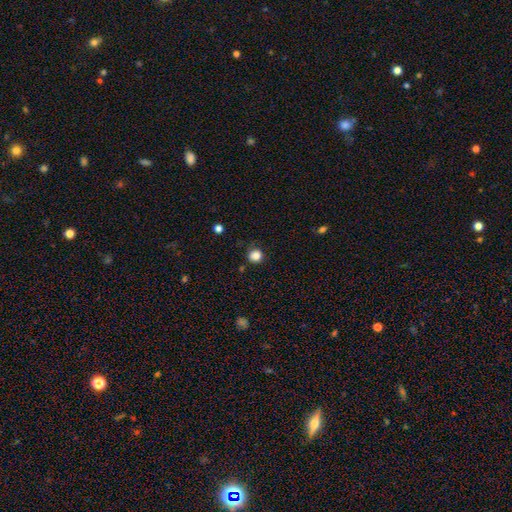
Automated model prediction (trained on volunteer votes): A smooth galaxy with no disk features (85%) that is round (86%). Merging: none (82%).